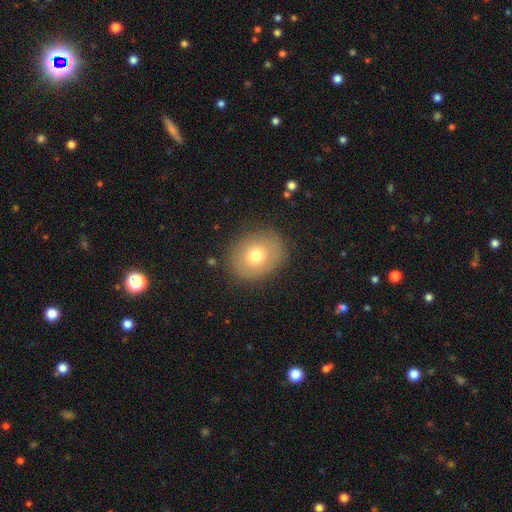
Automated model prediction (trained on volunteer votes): smooth-or-featured: smooth: 71% | featured or disk: 19% | star or artifact: 10%
  how-rounded: round: 55% | in between: 45% | cigar-shaped: 1%
  merging: none: 84% | minor disturbance: 11% | major disturbance: 4% | merger: 1%